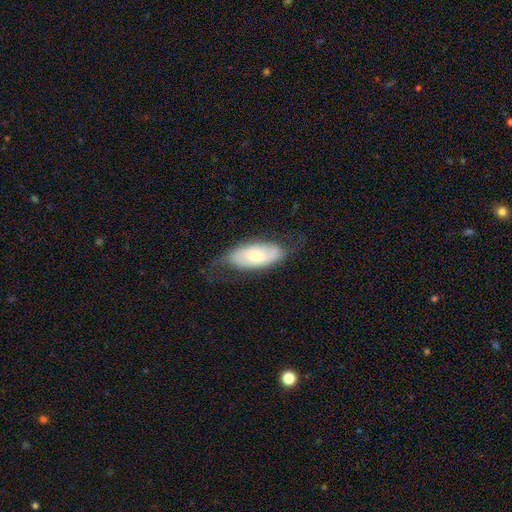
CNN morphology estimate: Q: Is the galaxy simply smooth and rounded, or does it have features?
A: smooth — 51%.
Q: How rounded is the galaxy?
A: in between — 84%.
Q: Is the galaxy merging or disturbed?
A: none — 59%.